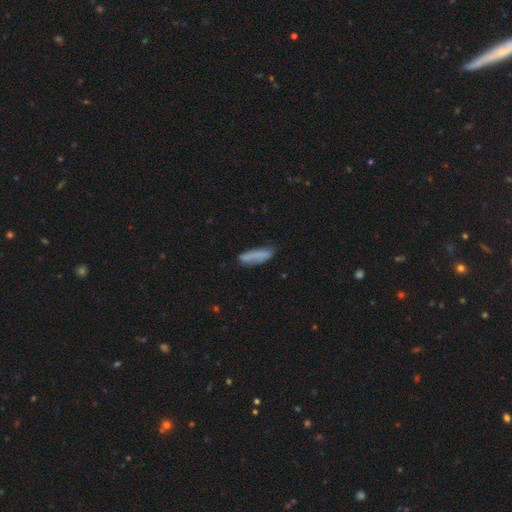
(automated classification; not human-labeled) Morphology: type=smooth (76%); roundness=cigar-shaped (70%); merging=none (71%).